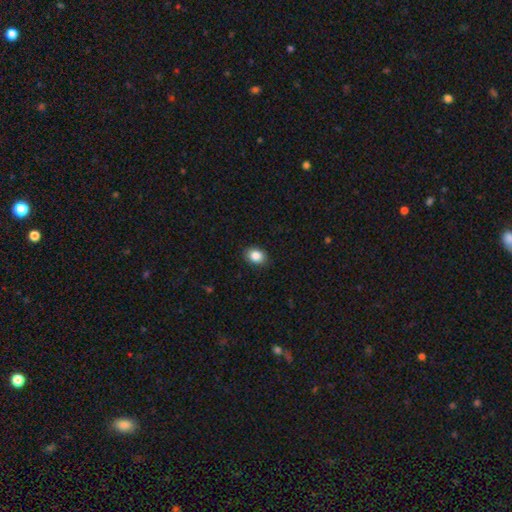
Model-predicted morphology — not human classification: This appears to be a smooth galaxy with no disk features (87%) that is in between round and cigar-shaped (71%). Merging: none (88%).